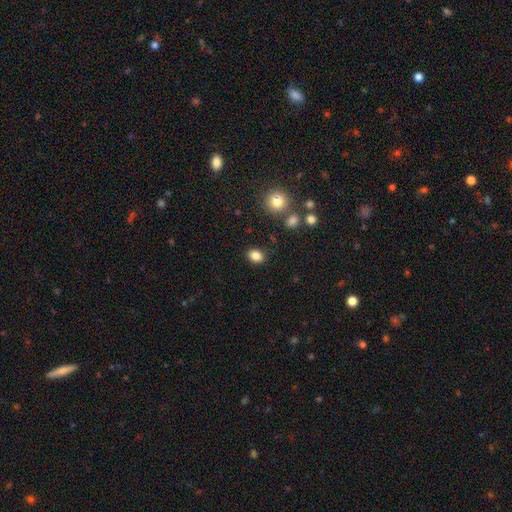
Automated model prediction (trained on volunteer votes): Morphology: type=smooth (85%); roundness=in between (58%); merging=none (85%).